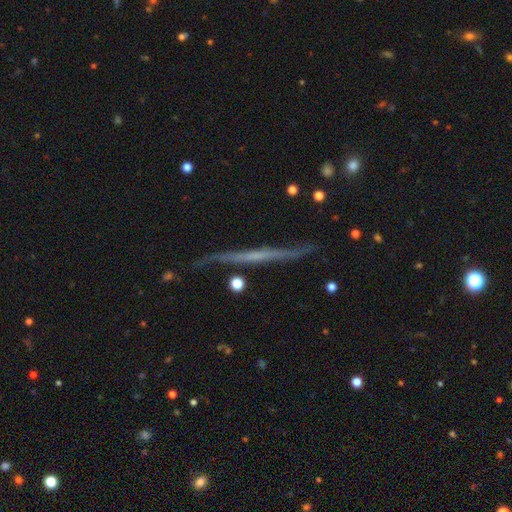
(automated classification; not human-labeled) The model was most divided on "smooth or featured": featured or disk: 68%, smooth: 25%, star or artifact: 7%. More confident: edge-on disk — yes (95%); edge-on bulge — none (80%); merging — none (79%).